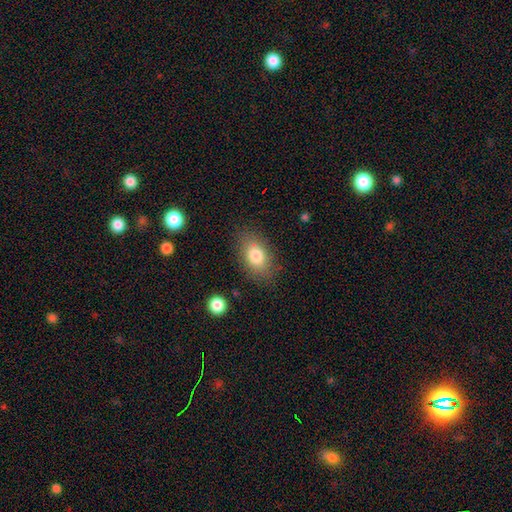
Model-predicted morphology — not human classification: Smooth or featured? Predicted: smooth (p=0.80). How rounded? Predicted: in between (p=0.85). Merging? Predicted: none (p=0.80).